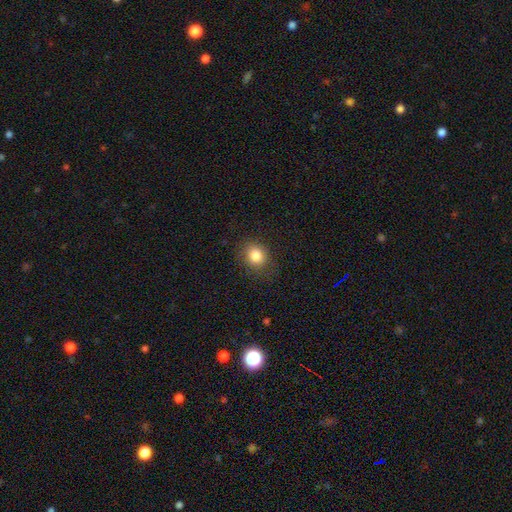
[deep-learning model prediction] smooth_or_featured: smooth (p=0.84) [alt: star or artifact p=0.10]
how_rounded: round (p=0.71) [alt: in between p=0.28]
merging: none (p=0.82) [alt: minor disturbance p=0.13]